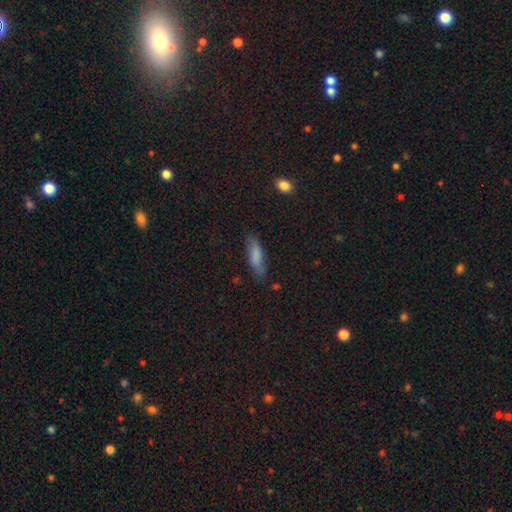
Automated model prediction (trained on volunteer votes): Smooth or featured? smooth (79%)
How rounded? cigar-shaped (58%)
Merging? none (74%)